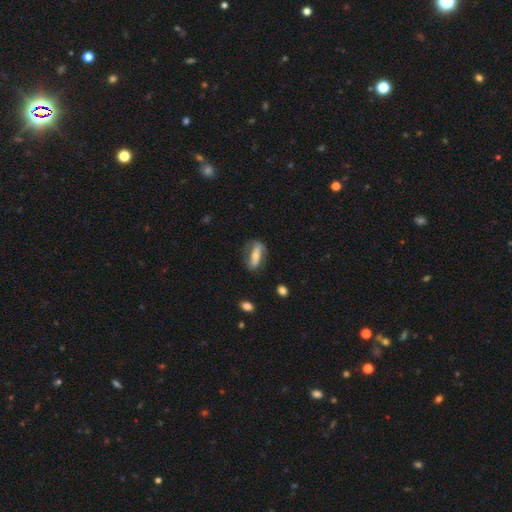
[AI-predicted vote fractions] A featured or disk galaxy (58%). Merging: none (64%).